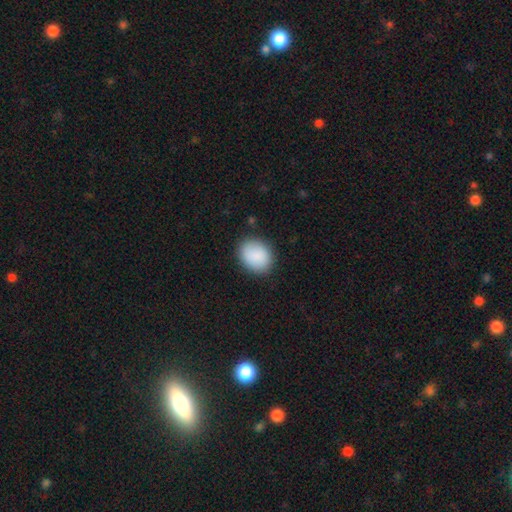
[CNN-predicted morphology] A smooth galaxy with no disk features (88%) that is in between round and cigar-shaped (52%).

Vote fractions:
- Smooth or featured? smooth: 88% / star or artifact: 7% / featured or disk: 5%
- How rounded? in between: 52% / round: 47% / cigar-shaped: 1%
- Merging? none: 86% / minor disturbance: 10% / major disturbance: 3% / merger: 1%